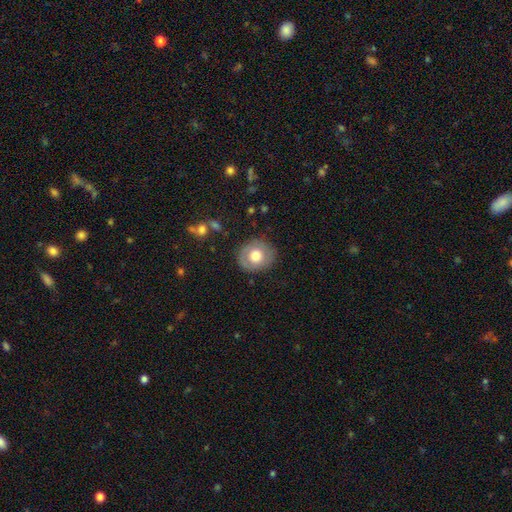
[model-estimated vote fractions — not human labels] Smooth or featured? Predicted: smooth (p=0.66). How rounded? Predicted: round (p=0.81). Merging? Predicted: none (p=0.84).